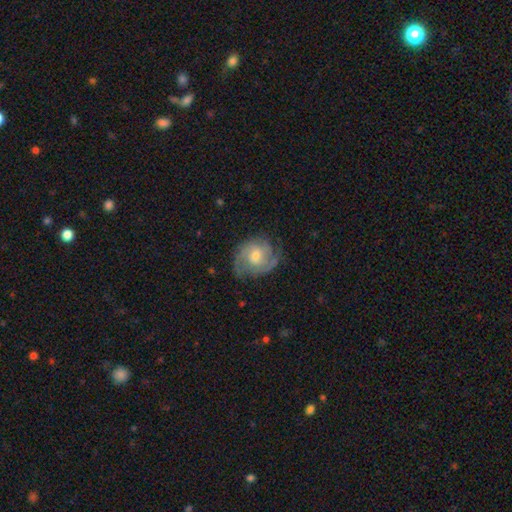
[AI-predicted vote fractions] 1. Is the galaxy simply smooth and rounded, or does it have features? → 80% featured or disk, 15% smooth, 6% star or artifact.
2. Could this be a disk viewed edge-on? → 98% no, 2% yes.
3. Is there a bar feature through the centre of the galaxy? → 52% no, 41% weak, 7% strong.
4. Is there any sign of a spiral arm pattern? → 94% yes, 6% no.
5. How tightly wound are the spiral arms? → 44% medium, 43% tight, 13% loose.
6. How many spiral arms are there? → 51% 2, 20% 3, 17% can't tell, 4% 1, 4% 4, 3% more than 4.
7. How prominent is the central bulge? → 57% moderate, 36% small, 4% large, 2% none, 1% dominant.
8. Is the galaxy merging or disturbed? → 70% none, 20% minor disturbance, 8% major disturbance, 1% merger.